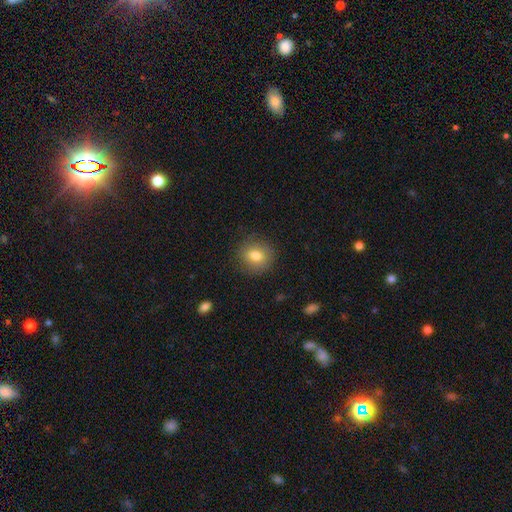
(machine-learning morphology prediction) smooth-or-featured: smooth: 79% | featured or disk: 11% | star or artifact: 10%
  how-rounded: round: 79% | in between: 20% | cigar-shaped: 1%
  merging: none: 85% | minor disturbance: 10% | major disturbance: 3% | merger: 1%